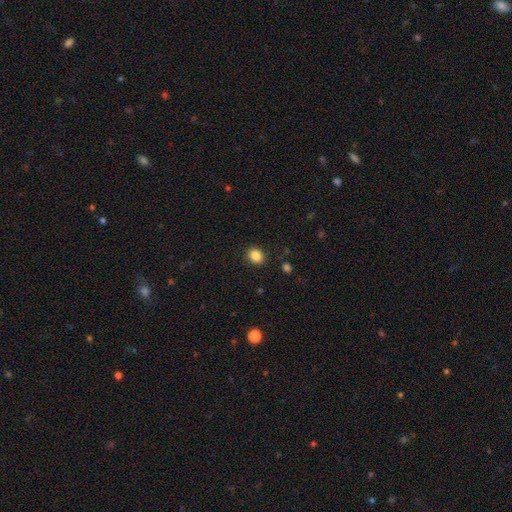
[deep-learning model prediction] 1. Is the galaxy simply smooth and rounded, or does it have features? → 85% smooth, 10% star or artifact, 5% featured or disk.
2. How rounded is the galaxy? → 61% round, 38% in between, 1% cigar-shaped.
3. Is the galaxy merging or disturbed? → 89% none, 7% minor disturbance, 2% major disturbance, 1% merger.